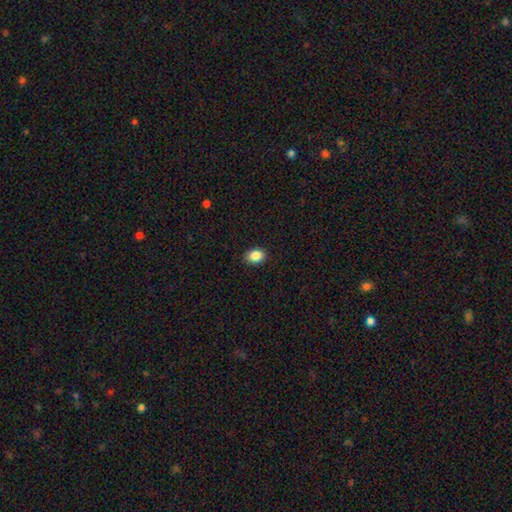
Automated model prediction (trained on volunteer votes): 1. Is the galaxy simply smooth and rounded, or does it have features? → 87% smooth, 9% star or artifact, 5% featured or disk.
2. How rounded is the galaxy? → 71% in between, 28% round, 1% cigar-shaped.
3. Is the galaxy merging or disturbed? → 89% none, 8% minor disturbance, 2% major disturbance, 1% merger.